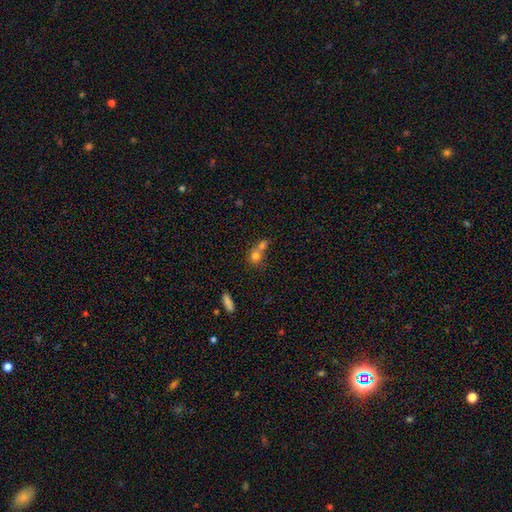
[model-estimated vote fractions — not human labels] Smooth or featured? smooth (73%)
How rounded? round (70%)
Merging? merger (62%)